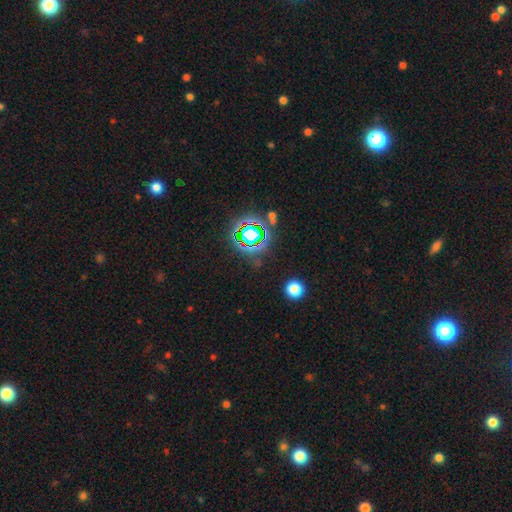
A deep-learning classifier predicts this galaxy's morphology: type=star or artifact (79%).